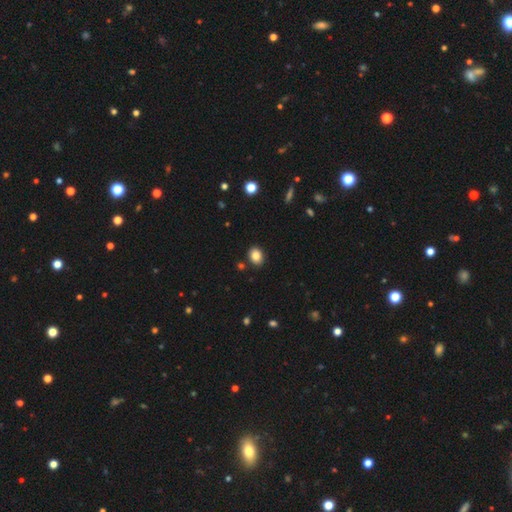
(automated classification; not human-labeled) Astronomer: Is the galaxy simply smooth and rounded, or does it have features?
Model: smooth — 85%.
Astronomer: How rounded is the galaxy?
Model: in between — 63%.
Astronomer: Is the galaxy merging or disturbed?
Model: none — 88%.